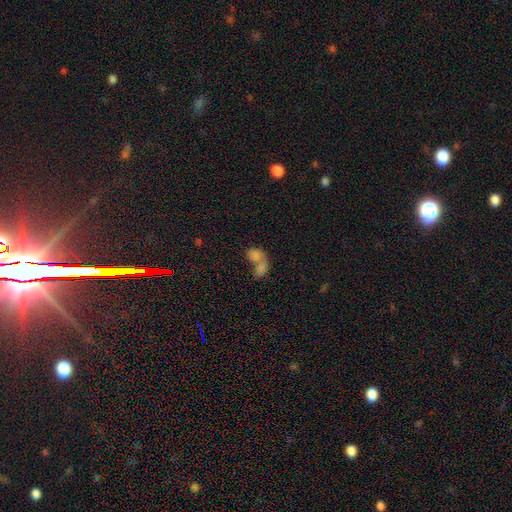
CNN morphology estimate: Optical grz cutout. It shows a smooth galaxy with no disk features (77%) that is in between round and cigar-shaped (68%). Merging: merger (72%).